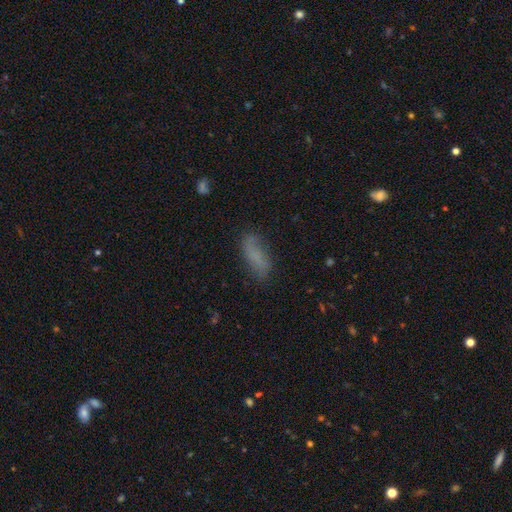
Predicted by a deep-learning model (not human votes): This appears to be a smooth galaxy with no disk features (70%) that is in between round and cigar-shaped (66%). Merging: none (68%).